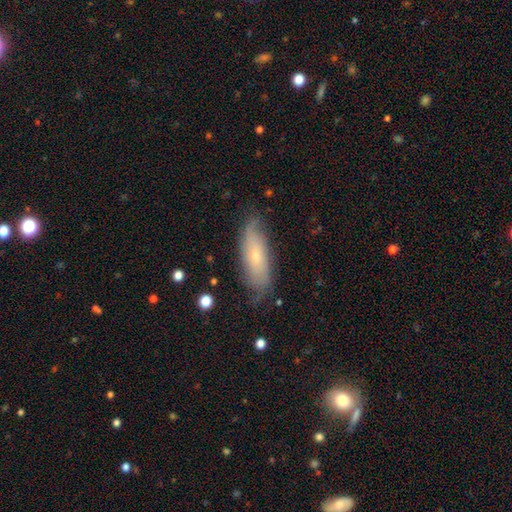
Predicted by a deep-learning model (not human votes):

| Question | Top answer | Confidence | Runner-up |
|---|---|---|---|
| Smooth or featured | featured or disk | 47% | smooth (45%) |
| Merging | none | 70% | minor disturbance (22%) |